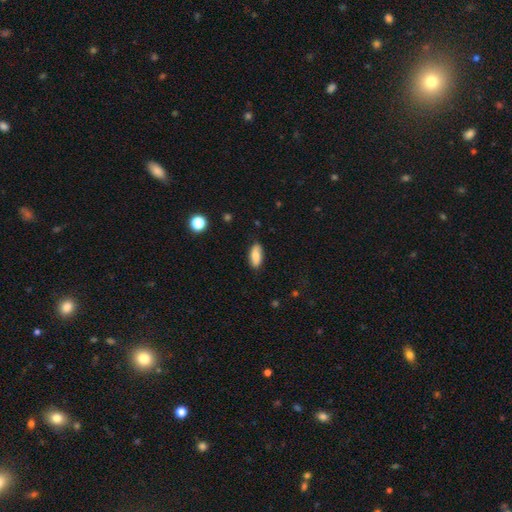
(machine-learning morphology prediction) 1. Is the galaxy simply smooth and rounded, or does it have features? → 74% smooth, 19% featured or disk, 7% star or artifact.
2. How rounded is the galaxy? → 84% in between, 13% cigar-shaped, 3% round.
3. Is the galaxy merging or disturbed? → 84% none, 12% minor disturbance, 2% major disturbance, 1% merger.